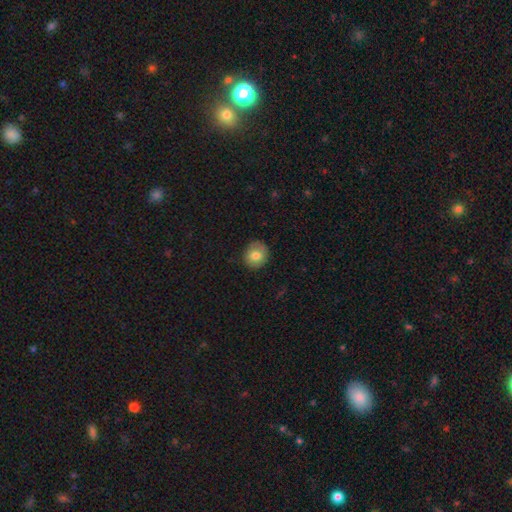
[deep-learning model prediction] This appears to be a smooth galaxy with no disk features (79%) that is round (80%). Merging: none (85%).